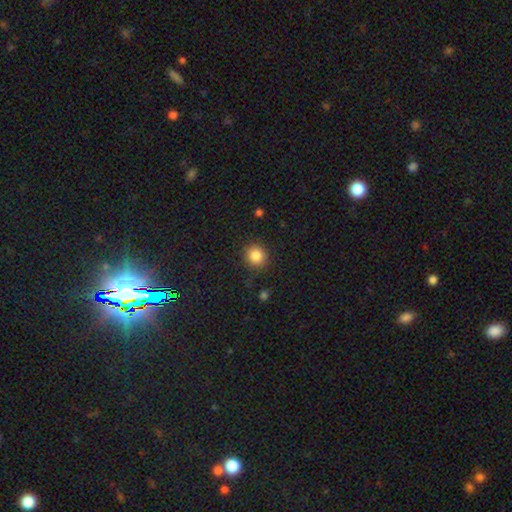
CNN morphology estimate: Overall: smooth (85%). How rounded: round (87%). Merging: none (89%).